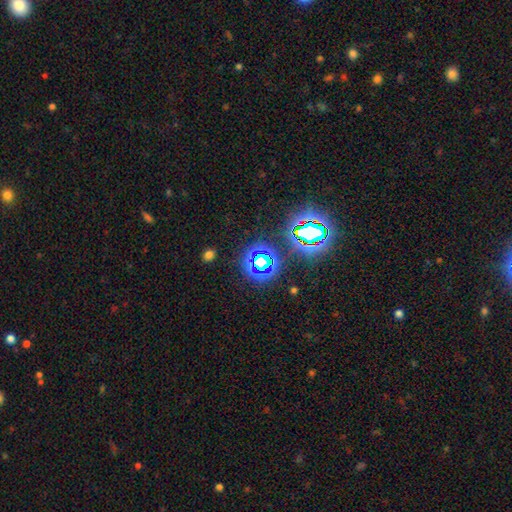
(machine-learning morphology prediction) smooth_or_featured: star or artifact (p=0.73) [alt: smooth p=0.19]